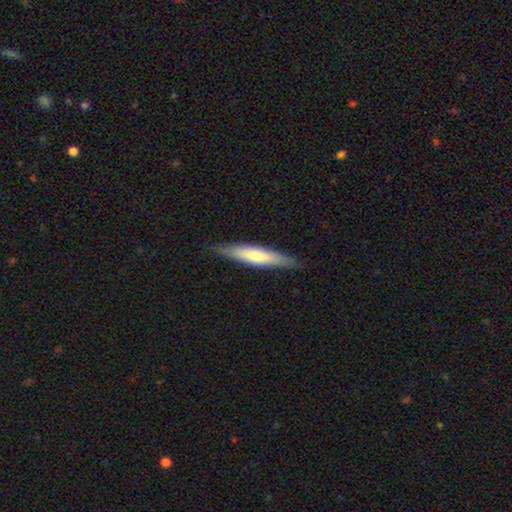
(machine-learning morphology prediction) A smooth galaxy with no disk features (55%) that is cigar-shaped (88%). Merging: none (88%).